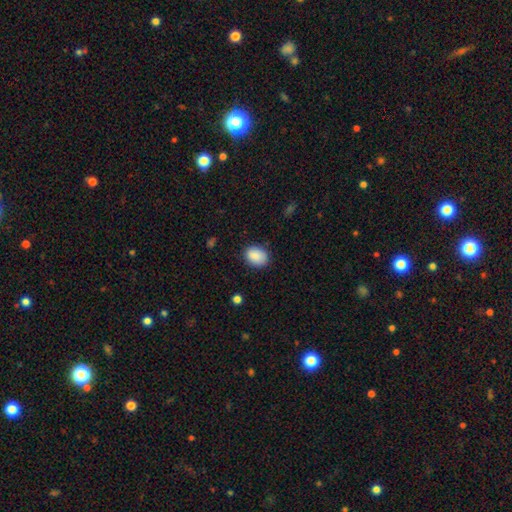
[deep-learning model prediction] smooth-or-featured: smooth: 89% | star or artifact: 7% | featured or disk: 4%
  how-rounded: in between: 65% | round: 34% | cigar-shaped: 1%
  merging: none: 82% | minor disturbance: 14% | major disturbance: 3% | merger: 1%